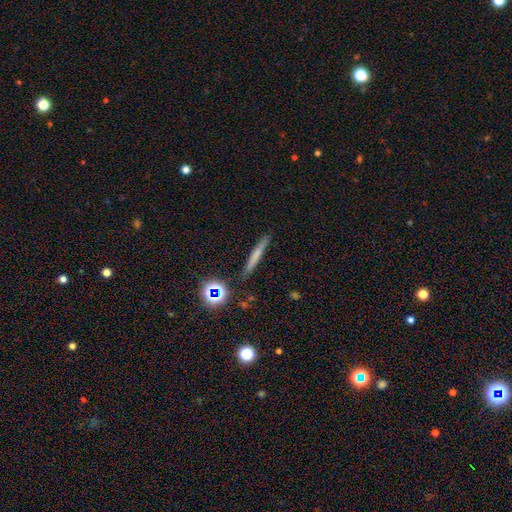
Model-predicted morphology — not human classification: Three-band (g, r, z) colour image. It shows a smooth galaxy with no disk features (62%) that is cigar-shaped (92%). Merging: none (86%).